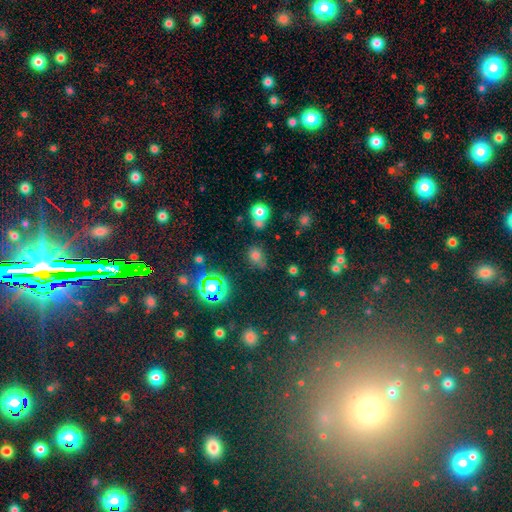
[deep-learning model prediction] Q: Smooth or featured?
A: smooth (60%); runner-up: star or artifact (31%)
Q: How rounded?
A: round (56%); runner-up: in between (42%)
Q: Merging?
A: none (61%); runner-up: minor disturbance (19%)